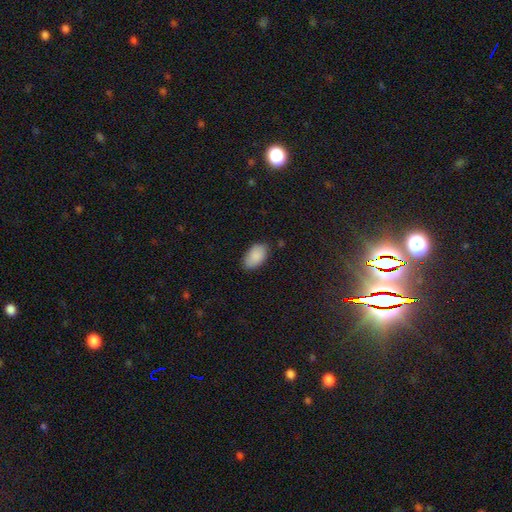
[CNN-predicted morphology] A smooth galaxy with no disk features (89%) that is in between round and cigar-shaped (94%).

Vote fractions:
- Smooth or featured? smooth: 89% / star or artifact: 7% / featured or disk: 5%
- How rounded? in between: 94% / round: 4% / cigar-shaped: 2%
- Merging? none: 81% / minor disturbance: 15% / major disturbance: 3% / merger: 1%